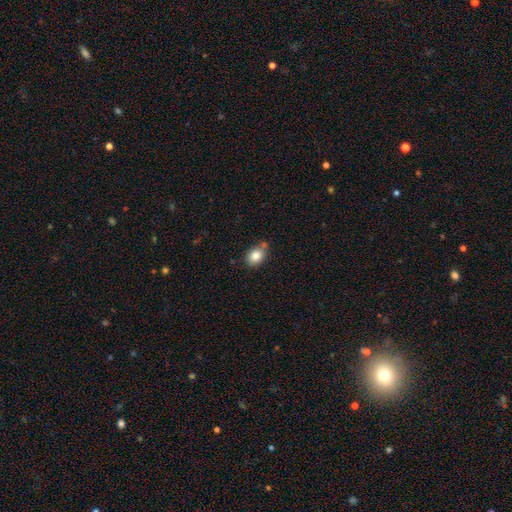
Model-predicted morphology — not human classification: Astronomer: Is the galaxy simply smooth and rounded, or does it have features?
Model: smooth — 82%.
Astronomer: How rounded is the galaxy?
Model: in between — 67%.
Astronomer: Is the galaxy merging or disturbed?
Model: none — 68%.